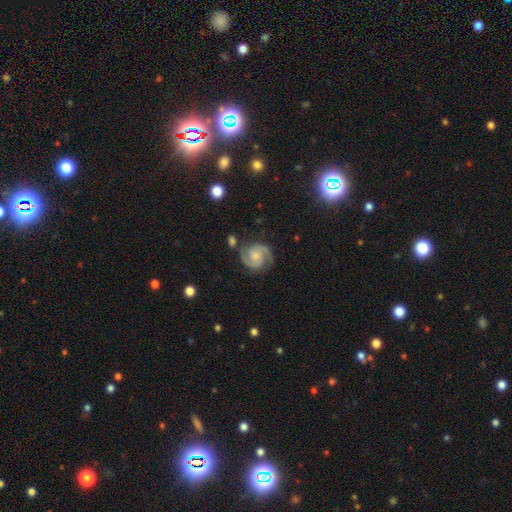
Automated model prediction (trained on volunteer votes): Smooth or featured? Predicted: featured or disk (p=0.89). Edge-on disk? Predicted: no (p=0.98). Bar? Predicted: no (p=0.61). Spiral arms? Predicted: yes (p=0.98). Spiral winding? Predicted: tight (p=0.47). Spiral arm count? Predicted: 2 (p=0.93). Bulge size? Predicted: small (p=0.46). Merging? Predicted: none (p=0.80).